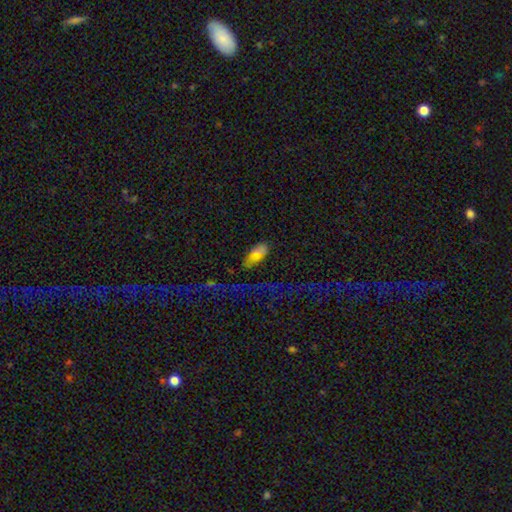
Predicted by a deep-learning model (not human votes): Smooth or featured? smooth (67%)
How rounded? in between (85%)
Merging? none (58%)